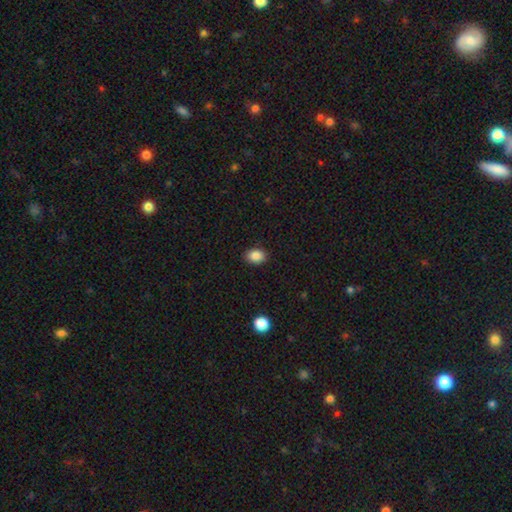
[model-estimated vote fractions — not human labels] smooth-or-featured: smooth: 87% | star or artifact: 9% | featured or disk: 4%
  how-rounded: in between: 71% | round: 28% | cigar-shaped: 1%
  merging: none: 89% | minor disturbance: 8% | major disturbance: 2% | merger: 1%